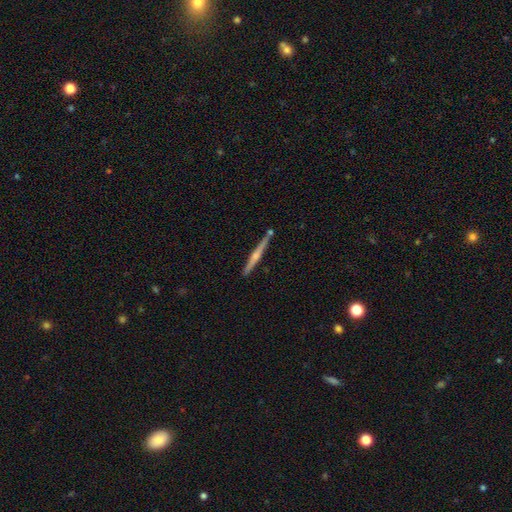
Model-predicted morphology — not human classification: Smooth or featured: featured or disk — 63% (smooth — 31%)
Edge-on disk: yes — 98% (no — 2%)
Edge-on bulge: rounded — 72% (none — 20%)
Merging: none — 84% (minor disturbance — 9%)